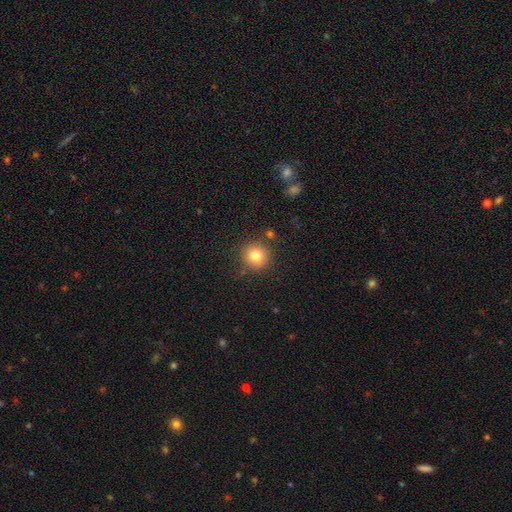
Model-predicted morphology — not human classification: A smooth galaxy with no disk features (80%) that is round (94%). Merging: none (85%).